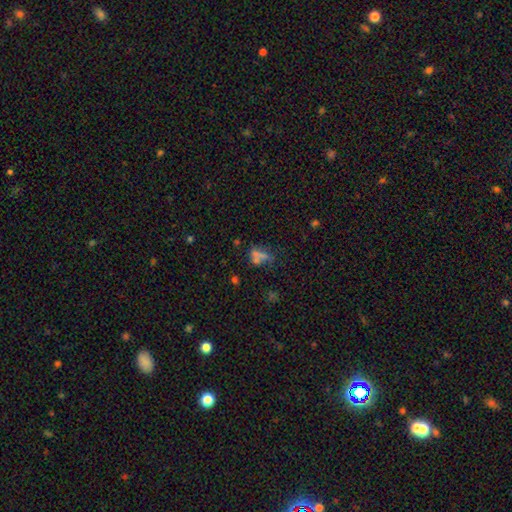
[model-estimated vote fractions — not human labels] Smooth or featured: smooth — 42% (star or artifact — 41%)
Merging: none — 47% (merger — 24%)